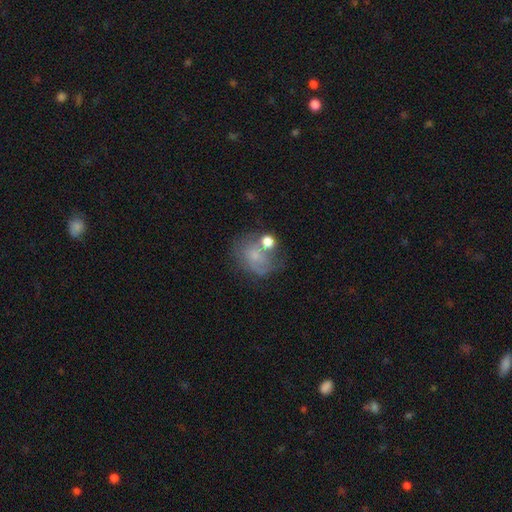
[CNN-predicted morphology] This is possibly a smooth galaxy (47%). Merging: marginally none (36%).